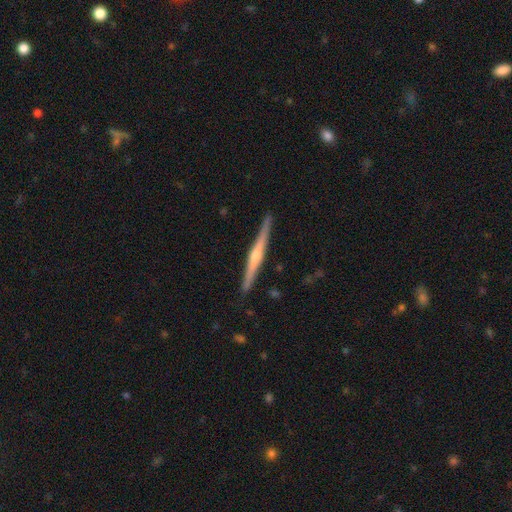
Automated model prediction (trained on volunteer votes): Q: Smooth or featured?
A: featured or disk (79%); runner-up: smooth (16%)
Q: Edge-on disk?
A: yes (98%); runner-up: no (2%)
Q: Edge-on bulge?
A: rounded (79%); runner-up: none (13%)
Q: Merging?
A: none (91%); runner-up: minor disturbance (7%)